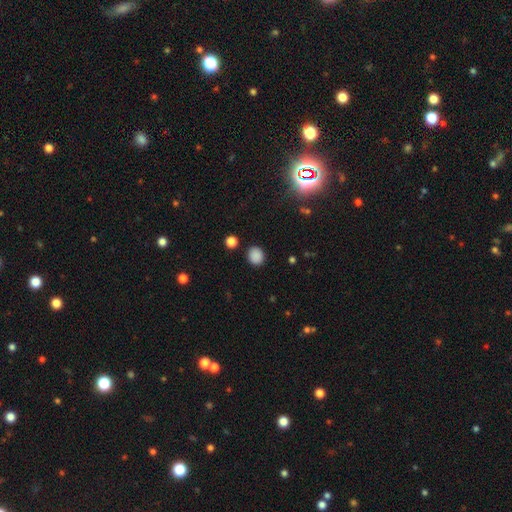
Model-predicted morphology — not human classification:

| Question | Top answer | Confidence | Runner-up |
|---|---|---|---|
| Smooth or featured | smooth | 85% | star or artifact (12%) |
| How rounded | round | 72% | in between (27%) |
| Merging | none | 87% | minor disturbance (8%) |